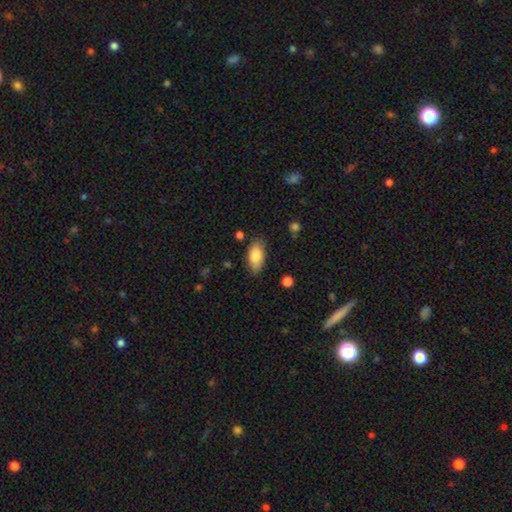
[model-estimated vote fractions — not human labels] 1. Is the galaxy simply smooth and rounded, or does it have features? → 81% smooth, 13% featured or disk, 6% star or artifact.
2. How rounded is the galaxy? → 92% in between, 5% cigar-shaped, 3% round.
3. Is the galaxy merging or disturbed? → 80% none, 15% minor disturbance, 3% major disturbance, 2% merger.